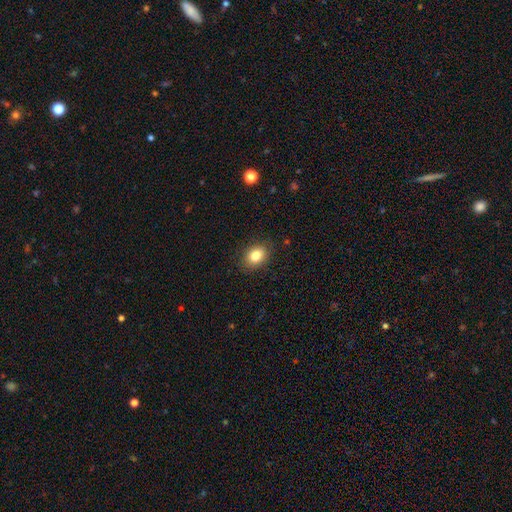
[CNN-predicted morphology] smooth 83%, star or artifact 9%, featured or disk 8%. Down the decision tree: how rounded — in between (68%); merging — none (86%).